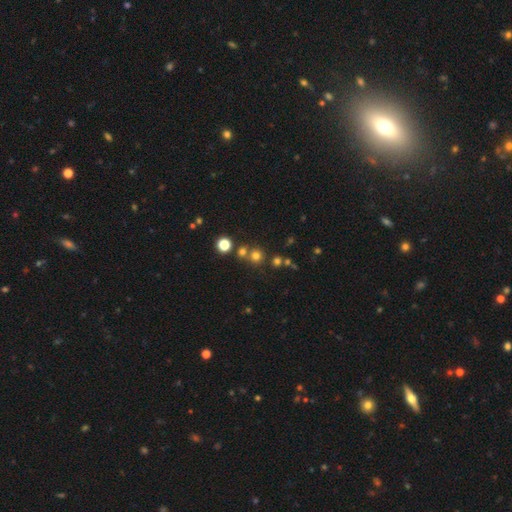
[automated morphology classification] Smooth or featured: smooth — 71% (star or artifact — 22%)
How rounded: round — 92% (in between — 7%)
Merging: none — 70% (merger — 20%)